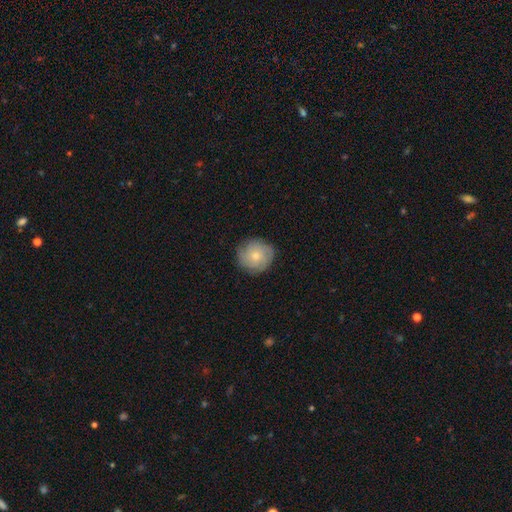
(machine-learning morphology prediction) A smooth galaxy with no disk features (53%) that is round (91%).

Vote fractions:
- Smooth or featured? smooth: 53% / featured or disk: 39% / star or artifact: 8%
- How rounded? round: 91% / in between: 8% / cigar-shaped: 1%
- Merging? none: 84% / minor disturbance: 12% / major disturbance: 3% / merger: 1%